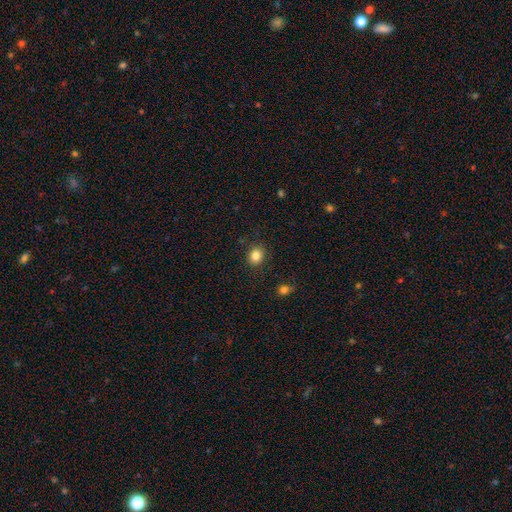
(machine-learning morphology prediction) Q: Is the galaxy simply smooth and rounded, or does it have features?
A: smooth — 84%.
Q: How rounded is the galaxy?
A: round — 74%.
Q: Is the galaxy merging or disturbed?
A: none — 88%.